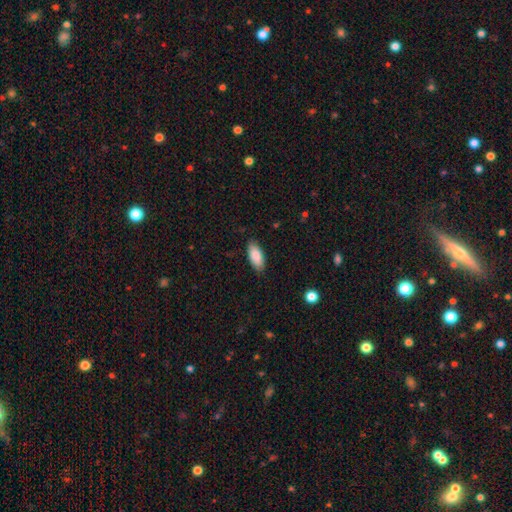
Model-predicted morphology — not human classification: A smooth galaxy with no disk features (87%) that is in between round and cigar-shaped (88%). Merging: none (85%).